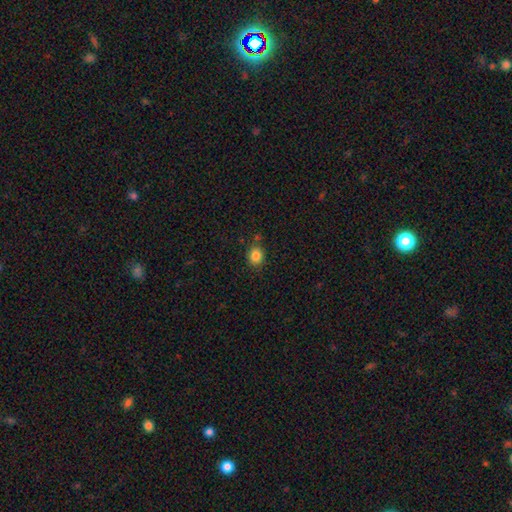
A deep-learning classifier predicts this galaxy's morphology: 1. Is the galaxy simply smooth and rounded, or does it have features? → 85% smooth, 11% star or artifact, 5% featured or disk.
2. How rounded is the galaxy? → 71% round, 28% in between, 1% cigar-shaped.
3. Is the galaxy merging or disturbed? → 76% none, 14% minor disturbance, 6% merger, 4% major disturbance.